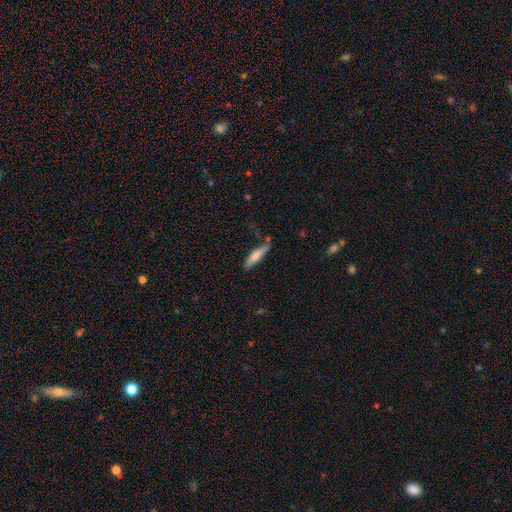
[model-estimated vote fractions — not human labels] Smooth or featured? smooth (64%)
How rounded? cigar-shaped (80%)
Merging? none (73%)